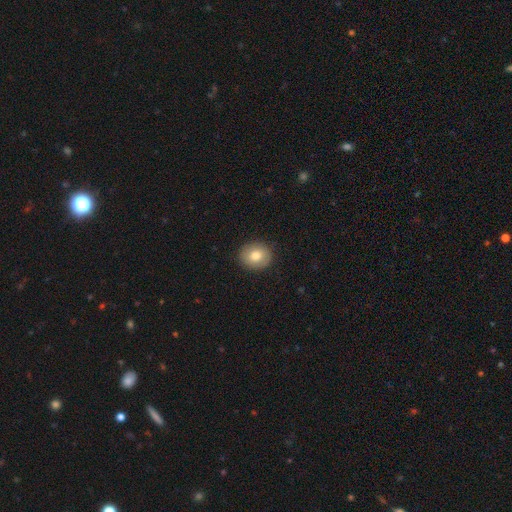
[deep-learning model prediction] This appears to be a smooth galaxy with no disk features (79%) that is round (72%). Merging: none (90%).